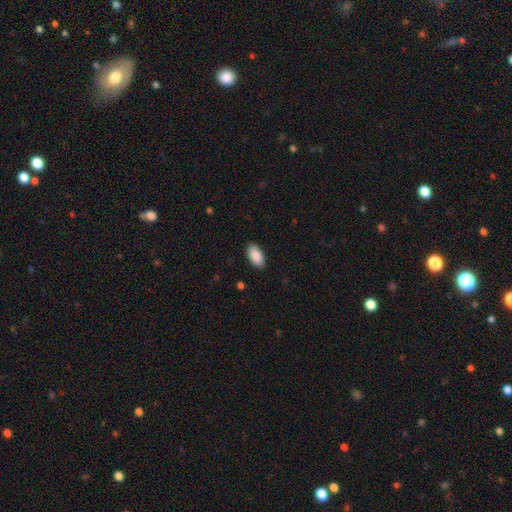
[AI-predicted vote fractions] This is clearly a smooth galaxy (91%). How rounded: clearly in between (95%). Merging: clearly none (89%).